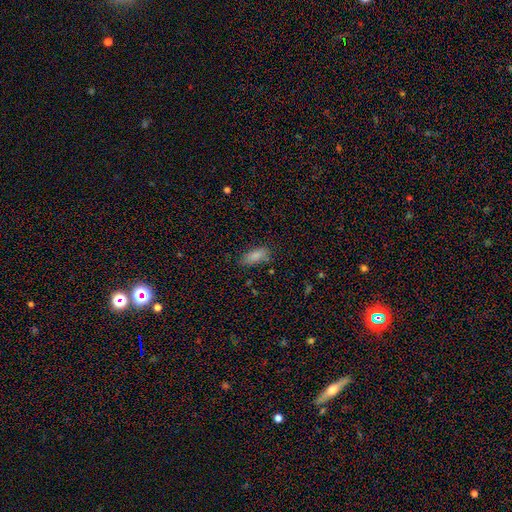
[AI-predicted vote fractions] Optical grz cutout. It shows a smooth galaxy with no disk features (85%) that is in between round and cigar-shaped (82%). Merging: none (75%).